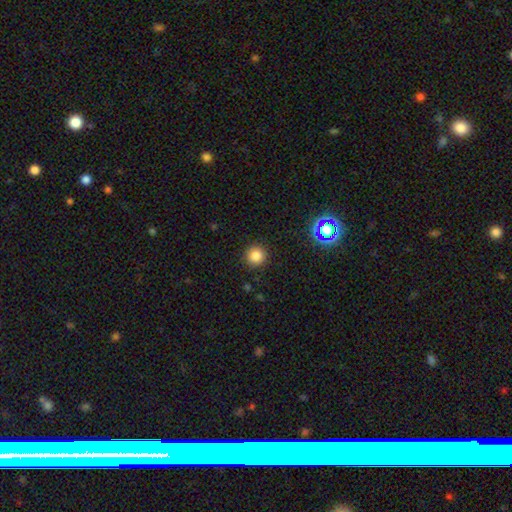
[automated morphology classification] Smooth or featured?
  - smooth: 82% *
  - star or artifact: 14%
  - featured or disk: 4%
How rounded?
  - round: 95% *
  - in between: 4%
  - cigar-shaped: 1%
Merging?
  - none: 91% *
  - minor disturbance: 6%
  - major disturbance: 2%
  - merger: 1%